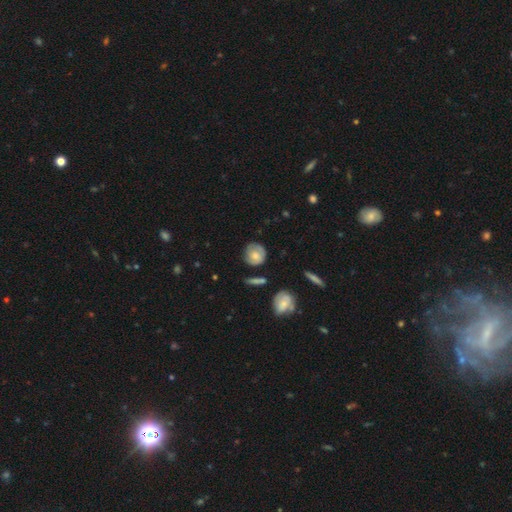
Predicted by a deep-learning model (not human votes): A smooth galaxy with no disk features (66%) that is round (80%). Merging: none (64%).